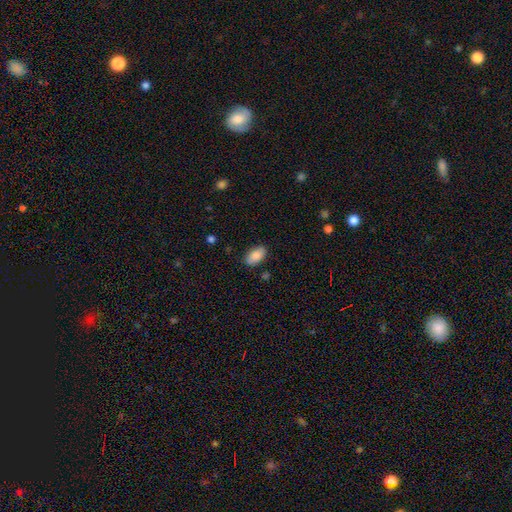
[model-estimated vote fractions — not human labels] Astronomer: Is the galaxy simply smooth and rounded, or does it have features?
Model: smooth — 87%.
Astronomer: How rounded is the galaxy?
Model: in between — 93%.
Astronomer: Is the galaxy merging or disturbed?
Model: none — 83%.